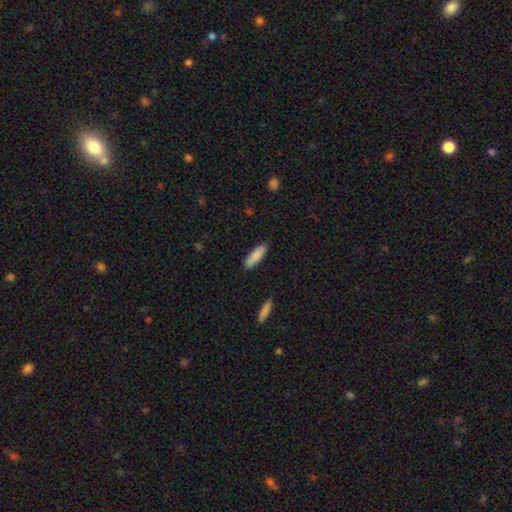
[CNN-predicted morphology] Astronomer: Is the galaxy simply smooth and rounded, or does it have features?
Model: smooth — 86%.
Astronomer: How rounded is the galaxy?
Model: cigar-shaped — 55% (runner-up: in between, 44%).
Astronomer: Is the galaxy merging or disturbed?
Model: none — 88%.